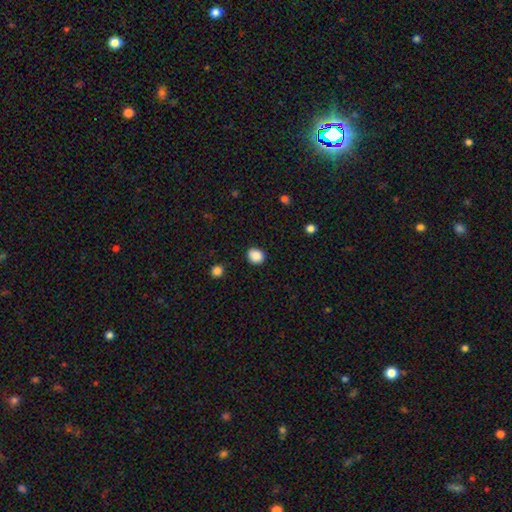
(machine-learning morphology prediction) The model was most divided on "how rounded": round: 65%, in between: 34%, cigar-shaped: 1%. More confident: smooth or featured — smooth (88%); merging — none (88%).